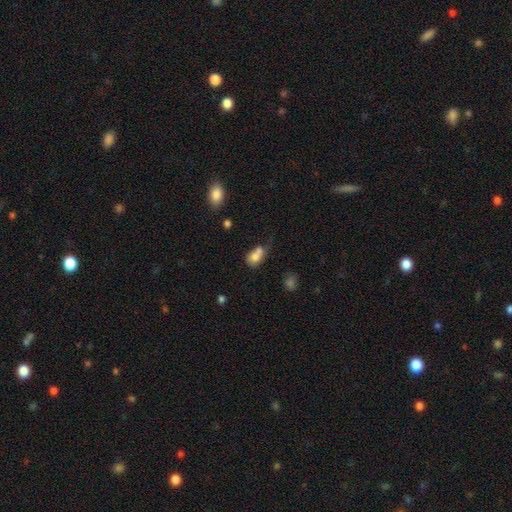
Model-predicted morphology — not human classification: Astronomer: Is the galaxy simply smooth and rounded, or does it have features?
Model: smooth — 74%.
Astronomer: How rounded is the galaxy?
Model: in between — 64%.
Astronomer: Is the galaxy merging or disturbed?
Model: merger — 49% (runner-up: none, 25%).